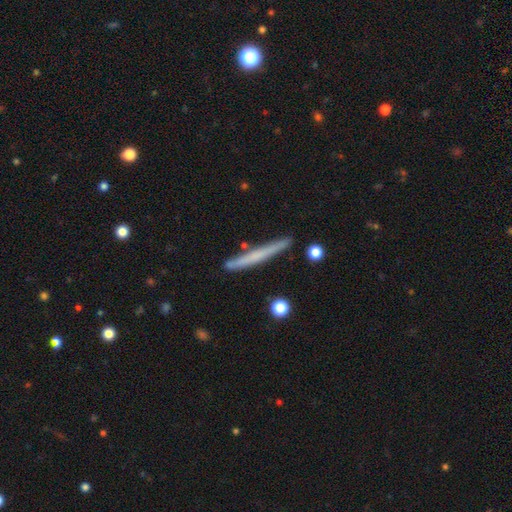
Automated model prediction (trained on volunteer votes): Smooth or featured?
  - smooth: 51% *
  - featured or disk: 42%
  - star or artifact: 6%
How rounded?
  - cigar-shaped: 97% *
  - in between: 2%
  - round: 1%
Merging?
  - none: 85% *
  - minor disturbance: 10%
  - merger: 3%
  - major disturbance: 2%